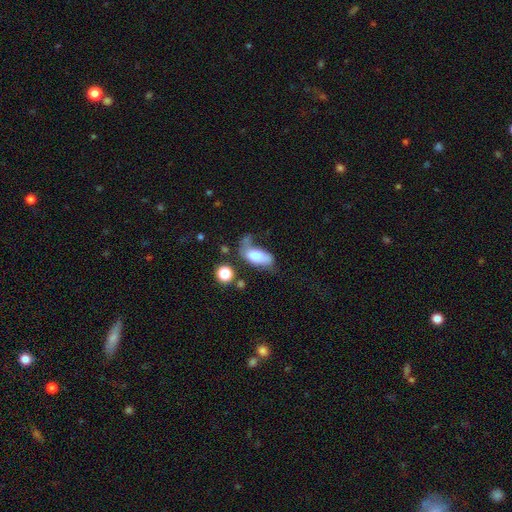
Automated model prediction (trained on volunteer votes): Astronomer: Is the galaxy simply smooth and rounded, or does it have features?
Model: smooth — 69%.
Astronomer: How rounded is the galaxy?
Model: in between — 88%.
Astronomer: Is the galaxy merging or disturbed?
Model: major disturbance — 35% (runner-up: minor disturbance, 26%).